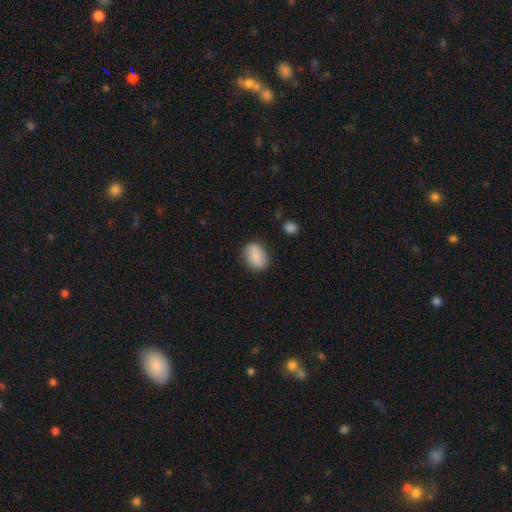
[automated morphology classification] Smooth or featured?
  - smooth: 83% *
  - featured or disk: 10%
  - star or artifact: 7%
How rounded?
  - in between: 76% *
  - round: 22%
  - cigar-shaped: 1%
Merging?
  - none: 83% *
  - minor disturbance: 13%
  - major disturbance: 3%
  - merger: 2%